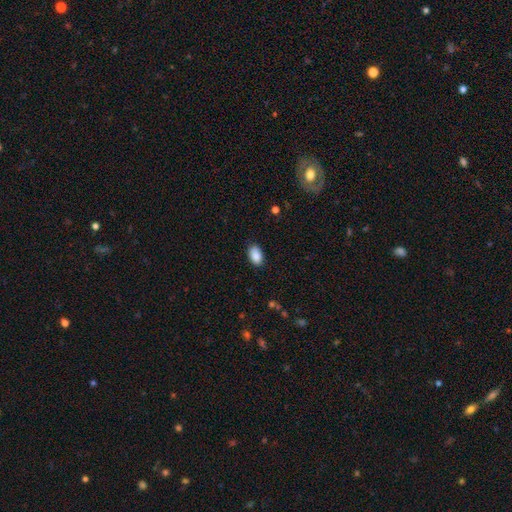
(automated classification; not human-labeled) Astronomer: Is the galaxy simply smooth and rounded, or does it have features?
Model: smooth — 88%.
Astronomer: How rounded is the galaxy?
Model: in between — 92%.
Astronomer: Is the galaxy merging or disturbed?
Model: none — 84%.